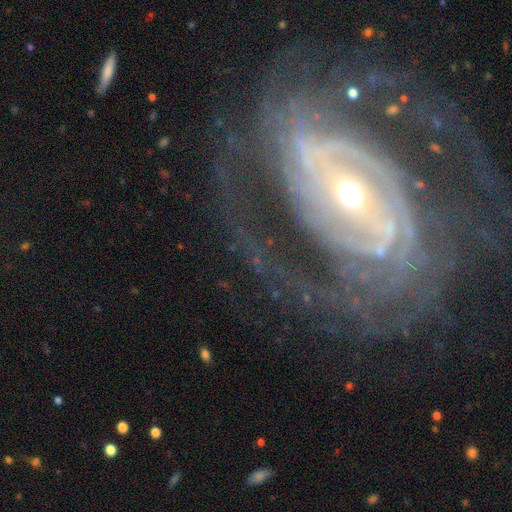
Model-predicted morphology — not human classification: Smooth or featured?
  - featured or disk: 86% *
  - star or artifact: 8%
  - smooth: 6%
Edge-on disk?
  - no: 94% *
  - yes: 6%
Bar?
  - no: 37% *
  - strong: 34%
  - weak: 29%
Spiral arms?
  - yes: 93% *
  - no: 7%
Spiral winding?
  - tight: 60% *
  - medium: 29%
  - loose: 11%
Spiral arm count?
  - 2: 29% *
  - can't tell: 26%
  - 3: 16%
  - 4: 11%
  - more than 4: 10%
  - 1: 8%
Bulge size?
  - small: 48% *
  - moderate: 47%
  - large: 4%
  - dominant: 1%
  - none: 1%
Merging?
  - none: 64% *
  - major disturbance: 17%
  - minor disturbance: 16%
  - merger: 3%